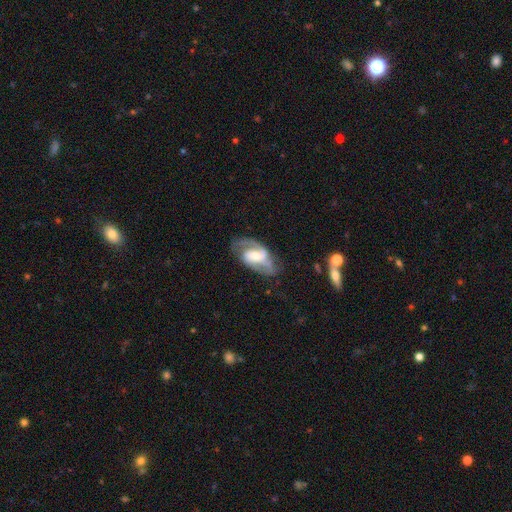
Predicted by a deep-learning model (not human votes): Smooth or featured?
  - featured or disk: 84% *
  - smooth: 10%
  - star or artifact: 5%
Edge-on disk?
  - no: 96% *
  - yes: 4%
Bar?
  - no: 43% *
  - weak: 40%
  - strong: 17%
Spiral arms?
  - yes: 95% *
  - no: 5%
Spiral winding?
  - medium: 52% *
  - tight: 28%
  - loose: 20%
Spiral arm count?
  - 2: 74% *
  - 3: 9%
  - can't tell: 8%
  - 1: 5%
  - 4: 2%
  - more than 4: 2%
Bulge size?
  - moderate: 53% *
  - small: 36%
  - large: 7%
  - none: 2%
  - dominant: 1%
Merging?
  - none: 64% *
  - minor disturbance: 21%
  - major disturbance: 13%
  - merger: 2%